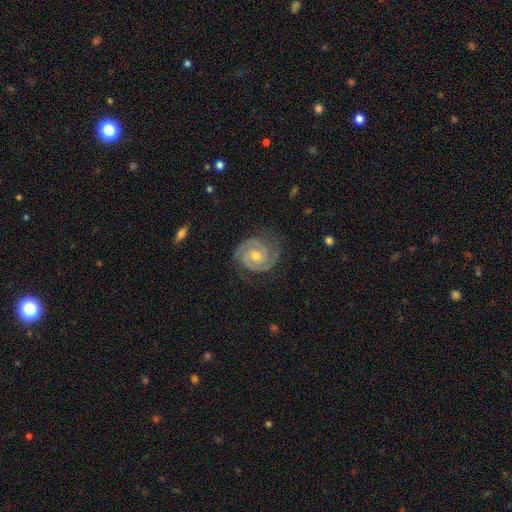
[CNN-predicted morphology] Q: Smooth or featured?
A: featured or disk (91%); runner-up: smooth (4%)
Q: Edge-on disk?
A: no (98%); runner-up: yes (2%)
Q: Bar?
A: no (60%); runner-up: weak (31%)
Q: Spiral arms?
A: yes (98%); runner-up: no (2%)
Q: Spiral winding?
A: tight (73%); runner-up: medium (24%)
Q: Spiral arm count?
A: 2 (90%); runner-up: 3 (4%)
Q: Bulge size?
A: moderate (63%); runner-up: small (33%)
Q: Merging?
A: none (81%); runner-up: minor disturbance (14%)